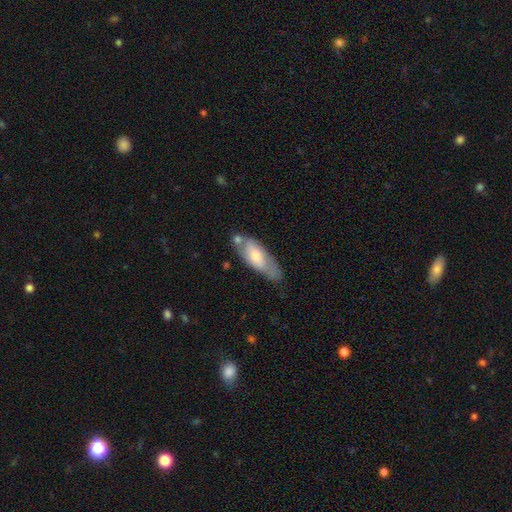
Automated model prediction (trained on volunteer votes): smooth_or_featured: smooth (p=0.56) [alt: featured or disk p=0.38]
how_rounded: in between (p=0.67) [alt: cigar-shaped p=0.31]
merging: none (p=0.50) [alt: minor disturbance p=0.25]